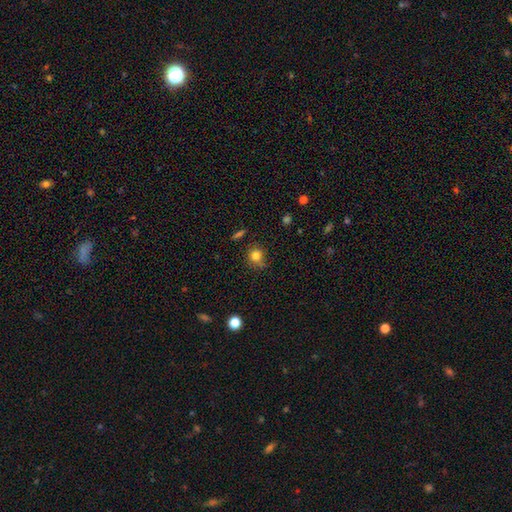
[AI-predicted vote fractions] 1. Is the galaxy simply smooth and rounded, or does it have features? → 80% smooth, 13% star or artifact, 7% featured or disk.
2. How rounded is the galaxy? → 83% round, 16% in between, 1% cigar-shaped.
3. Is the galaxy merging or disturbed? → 72% none, 21% minor disturbance, 5% major disturbance, 3% merger.